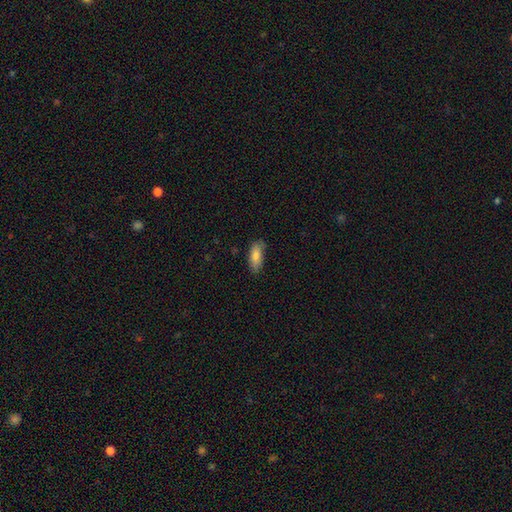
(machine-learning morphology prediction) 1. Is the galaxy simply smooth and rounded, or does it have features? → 79% smooth, 15% featured or disk, 7% star or artifact.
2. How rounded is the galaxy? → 76% in between, 21% cigar-shaped, 2% round.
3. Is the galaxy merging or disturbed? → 79% none, 17% minor disturbance, 3% major disturbance, 1% merger.